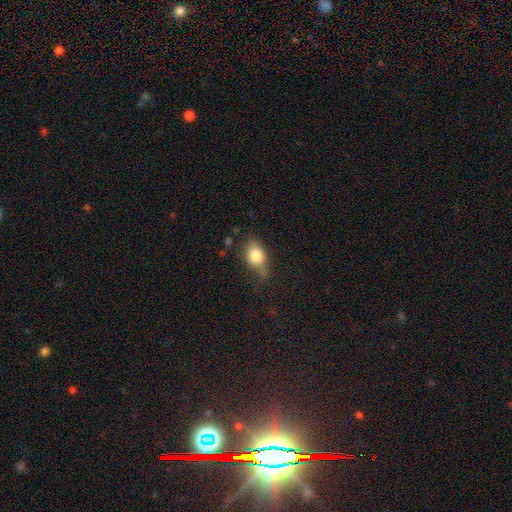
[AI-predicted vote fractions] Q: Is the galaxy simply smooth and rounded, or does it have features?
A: smooth — 76%.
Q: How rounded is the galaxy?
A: in between — 68%.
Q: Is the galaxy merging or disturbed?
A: none — 45%.